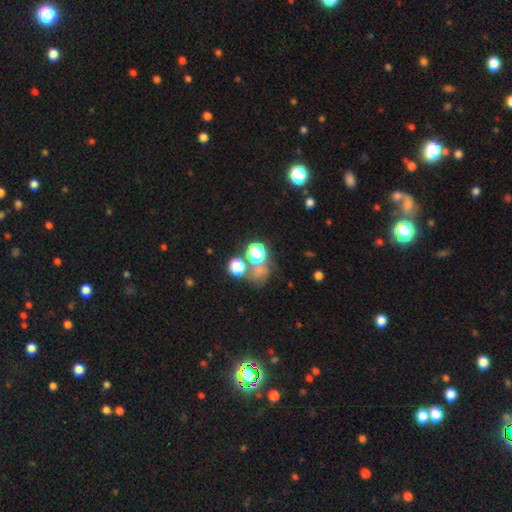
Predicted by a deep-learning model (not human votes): Smooth or featured?
  - star or artifact: 49% *
  - smooth: 40%
  - featured or disk: 12%